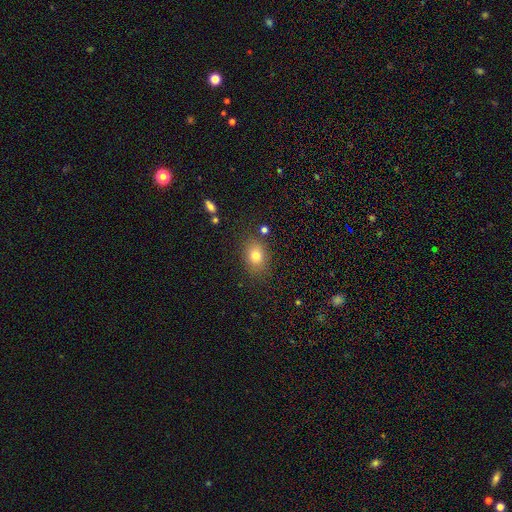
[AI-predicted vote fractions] A smooth galaxy with no disk features (77%) that is in between round and cigar-shaped (62%). Merging: none (82%).